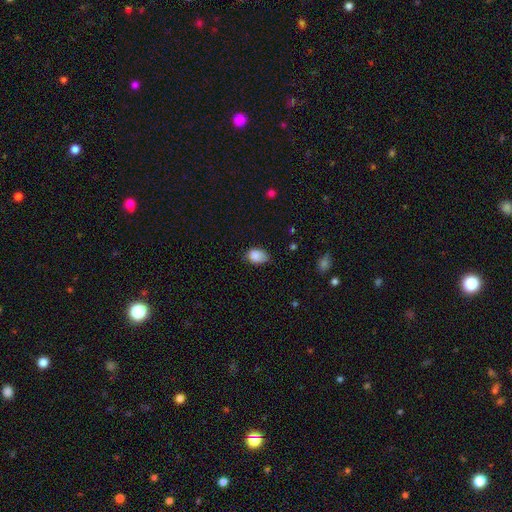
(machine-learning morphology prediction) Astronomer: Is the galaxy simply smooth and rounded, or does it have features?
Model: smooth — 87%.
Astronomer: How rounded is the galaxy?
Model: in between — 79%.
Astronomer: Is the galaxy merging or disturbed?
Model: none — 58% (runner-up: minor disturbance, 35%).